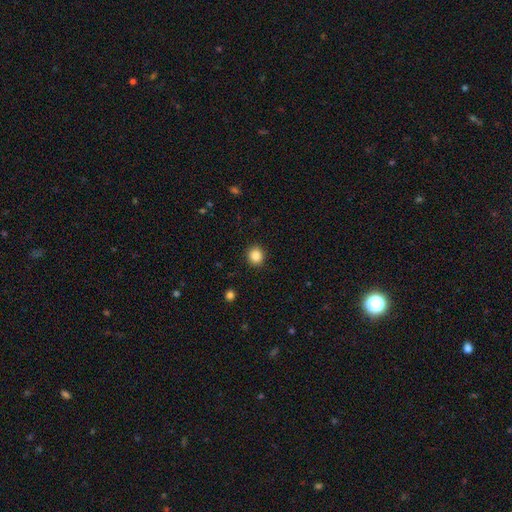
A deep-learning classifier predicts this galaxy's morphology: Smooth or featured? smooth (87%)
How rounded? round (87%)
Merging? none (91%)